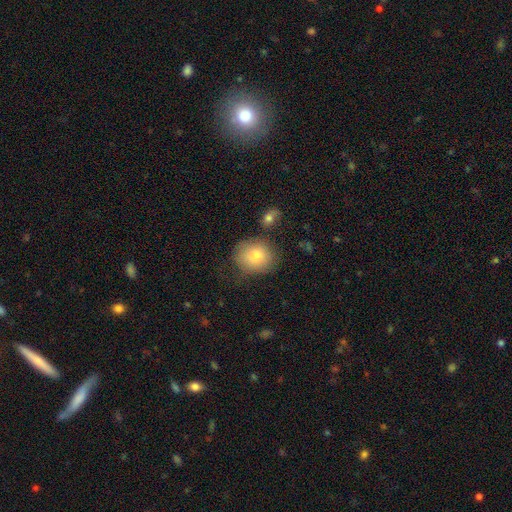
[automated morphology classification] The model was most divided on "how rounded": round: 69%, in between: 30%, cigar-shaped: 1%. More confident: smooth or featured — smooth (79%); merging — none (68%).